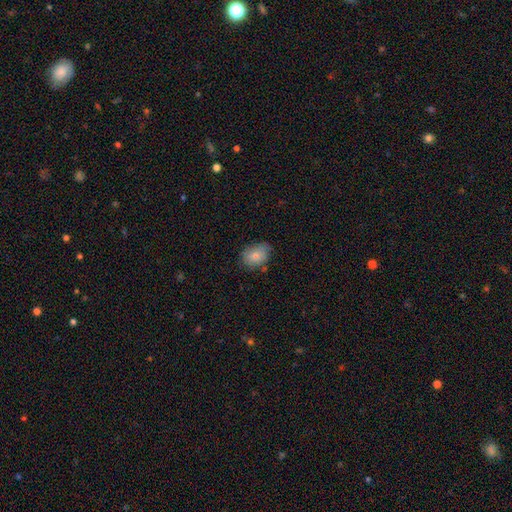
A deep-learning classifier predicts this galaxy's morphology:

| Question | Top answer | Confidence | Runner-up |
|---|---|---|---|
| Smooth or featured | smooth | 78% | featured or disk (13%) |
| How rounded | in between | 66% | round (33%) |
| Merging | none | 63% | minor disturbance (28%) |